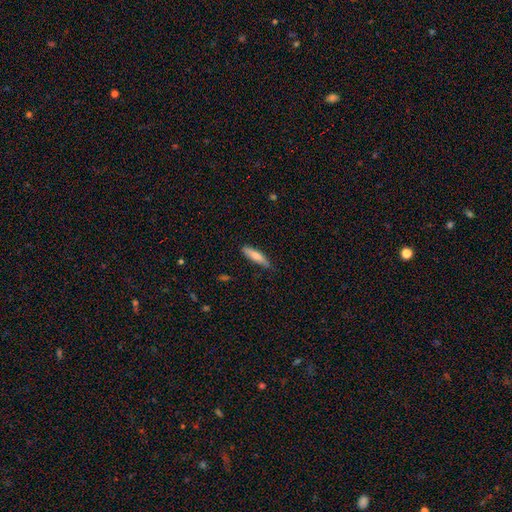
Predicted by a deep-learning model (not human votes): A smooth galaxy with no disk features (75%) that is cigar-shaped (76%). Merging: none (79%).